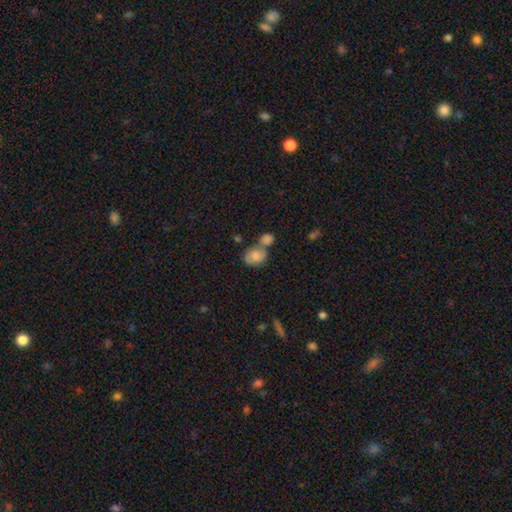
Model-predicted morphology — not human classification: smooth_or_featured: smooth (p=0.67) [alt: featured or disk p=0.24]
how_rounded: in between (p=0.53) [alt: round p=0.45]
merging: merger (p=0.50) [alt: none p=0.32]